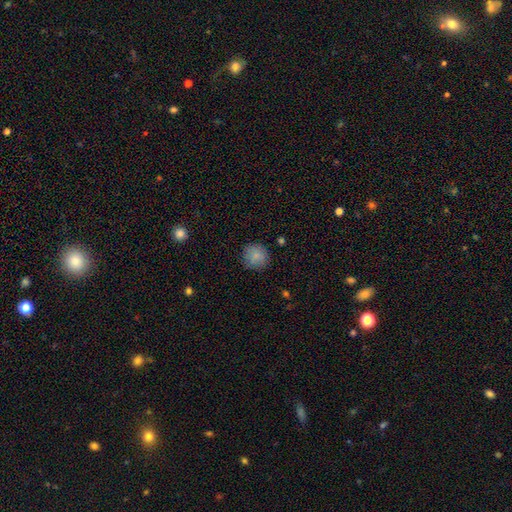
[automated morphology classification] This is clearly a smooth galaxy (84%). How rounded: clearly round (91%). Merging: clearly none (84%).